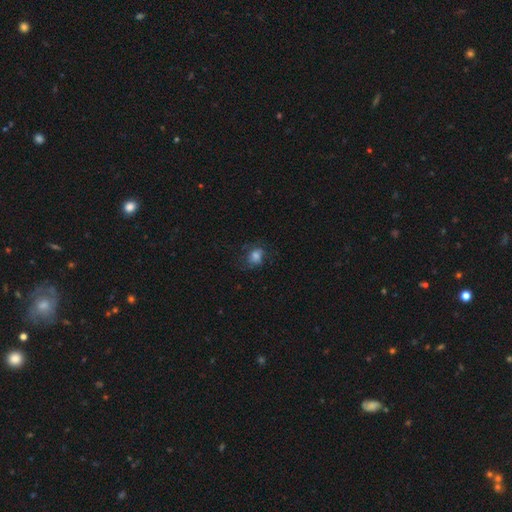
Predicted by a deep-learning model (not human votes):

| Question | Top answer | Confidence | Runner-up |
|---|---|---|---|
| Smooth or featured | smooth | 69% | featured or disk (18%) |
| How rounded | round | 54% | in between (45%) |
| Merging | none | 57% | minor disturbance (23%) |